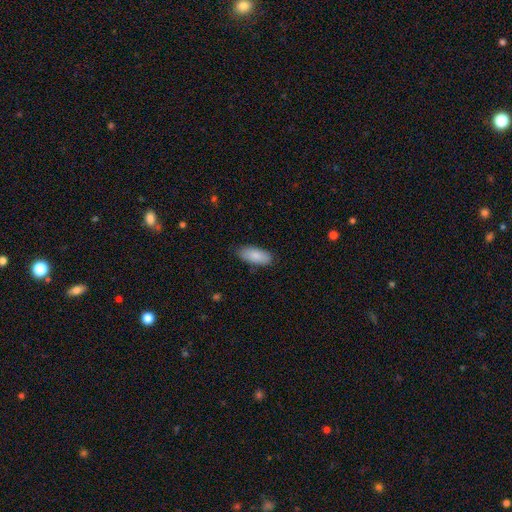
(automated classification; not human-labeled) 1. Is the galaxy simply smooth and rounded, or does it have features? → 87% smooth, 7% featured or disk, 6% star or artifact.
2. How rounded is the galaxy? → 85% in between, 13% cigar-shaped, 2% round.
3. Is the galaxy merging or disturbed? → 83% none, 13% minor disturbance, 2% major disturbance, 1% merger.